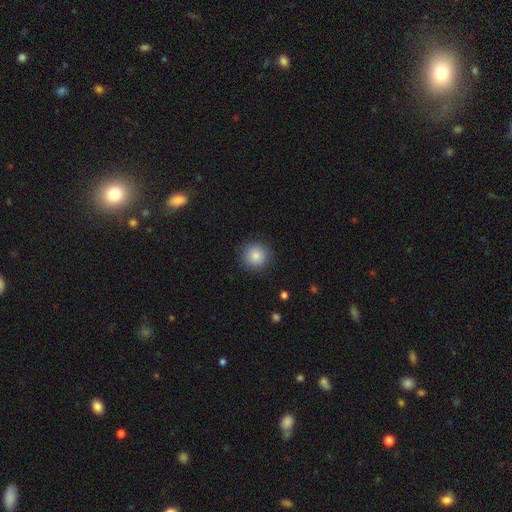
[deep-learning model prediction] Q: Smooth or featured?
A: smooth (85%); runner-up: star or artifact (9%)
Q: How rounded?
A: round (93%); runner-up: in between (6%)
Q: Merging?
A: none (89%); runner-up: minor disturbance (8%)